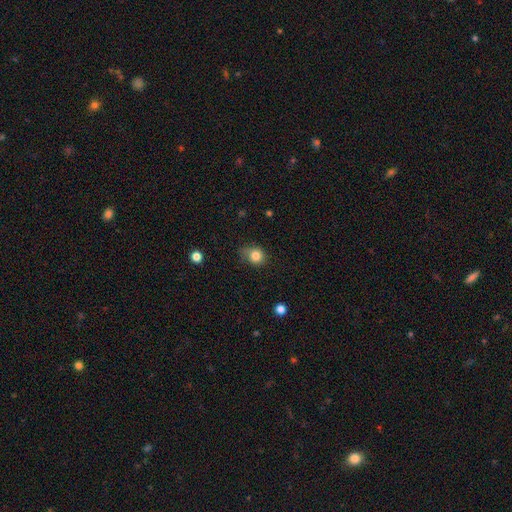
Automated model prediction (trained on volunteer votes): Overall: smooth (82%). How rounded: round (72%). Merging: none (60%; minor disturbance 30%).